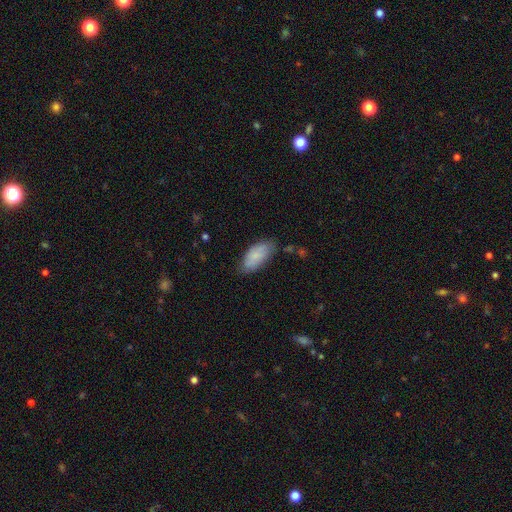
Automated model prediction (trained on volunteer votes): Smooth or featured?
  - smooth: 84% *
  - featured or disk: 10%
  - star or artifact: 6%
How rounded?
  - in between: 90% *
  - cigar-shaped: 8%
  - round: 2%
Merging?
  - none: 69% *
  - minor disturbance: 24%
  - major disturbance: 5%
  - merger: 2%